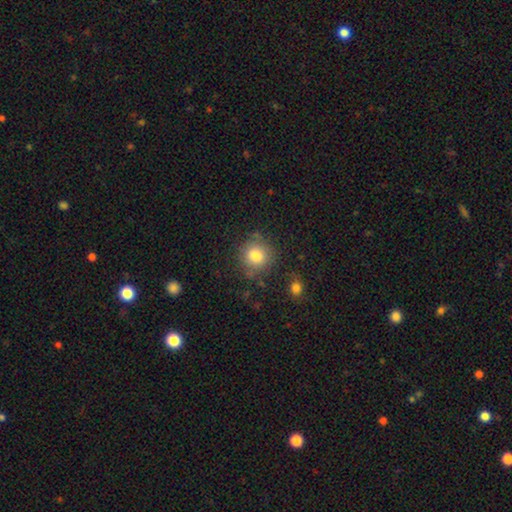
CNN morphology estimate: Smooth or featured? Predicted: smooth (p=0.81). How rounded? Predicted: round (p=0.90). Merging? Predicted: none (p=0.80).